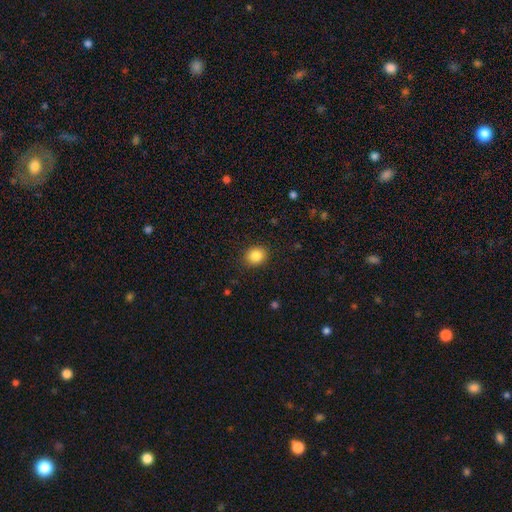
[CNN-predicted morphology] Smooth or featured? Predicted: smooth (p=0.85). How rounded? Predicted: round (p=0.70). Merging? Predicted: none (p=0.89).